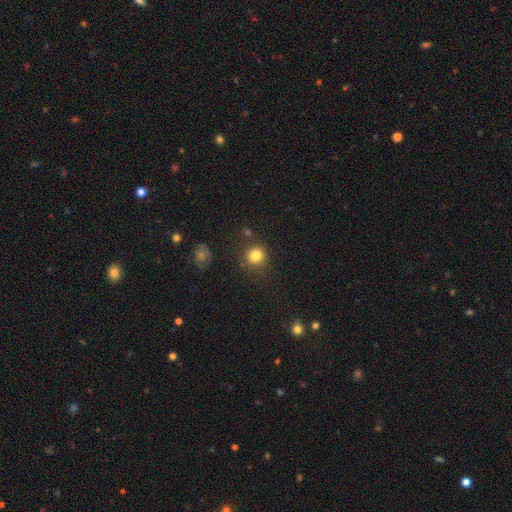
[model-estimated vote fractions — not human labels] Smooth or featured? Predicted: smooth (p=0.82). How rounded? Predicted: round (p=0.88). Merging? Predicted: none (p=0.80).